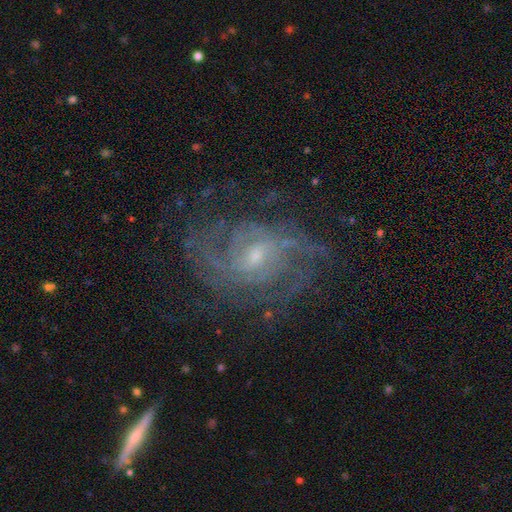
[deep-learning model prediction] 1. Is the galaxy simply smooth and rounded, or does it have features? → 87% featured or disk, 7% star or artifact, 6% smooth.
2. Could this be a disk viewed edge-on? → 97% no, 3% yes.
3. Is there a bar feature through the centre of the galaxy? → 52% weak, 38% no, 10% strong.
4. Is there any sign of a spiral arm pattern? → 95% yes, 5% no.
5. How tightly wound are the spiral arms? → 47% tight, 40% medium, 12% loose.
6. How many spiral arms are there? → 33% can't tell, 25% 2, 17% 3, 12% 4, 7% more than 4, 6% 1.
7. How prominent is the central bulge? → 62% small, 32% moderate, 4% none, 2% large, 1% dominant.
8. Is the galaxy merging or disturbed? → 68% none, 17% minor disturbance, 13% major disturbance, 1% merger.